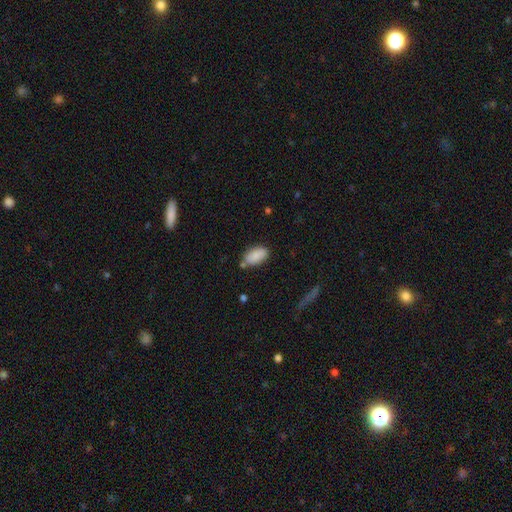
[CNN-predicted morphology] Smooth or featured?
  - smooth: 83% *
  - featured or disk: 10%
  - star or artifact: 7%
How rounded?
  - in between: 93% *
  - round: 4%
  - cigar-shaped: 2%
Merging?
  - none: 69% *
  - minor disturbance: 18%
  - merger: 9%
  - major disturbance: 4%